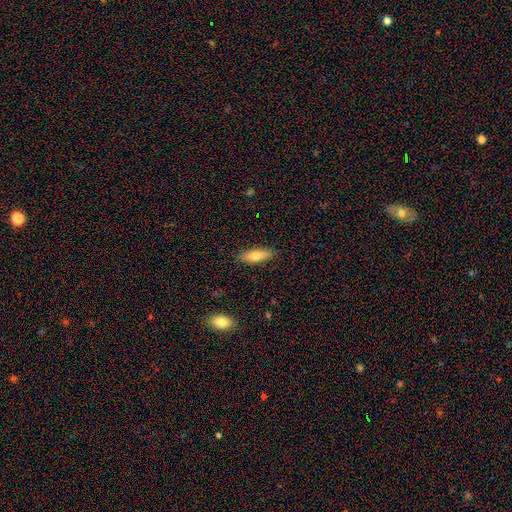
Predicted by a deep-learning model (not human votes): A smooth galaxy with no disk features (74%) that is in between round and cigar-shaped (56%). Merging: none (88%).